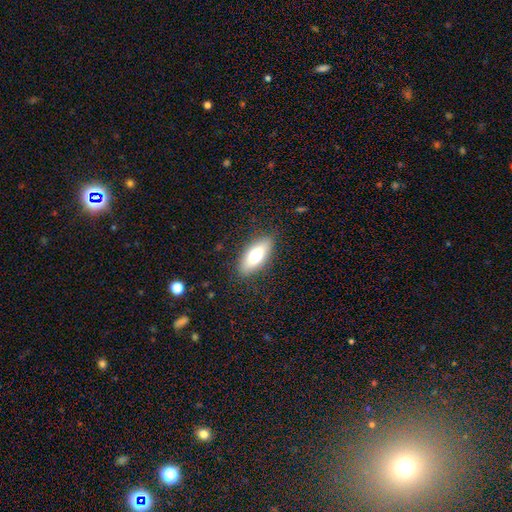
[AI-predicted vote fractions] Morphology: type=smooth (70%); roundness=in between (74%); merging=none (86%).